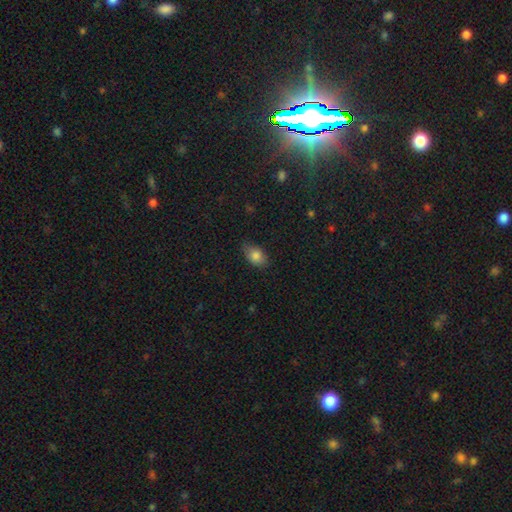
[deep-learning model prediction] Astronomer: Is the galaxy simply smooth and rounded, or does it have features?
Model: smooth — 82%.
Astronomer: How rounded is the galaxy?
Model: in between — 83%.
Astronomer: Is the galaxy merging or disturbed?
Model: none — 76%.